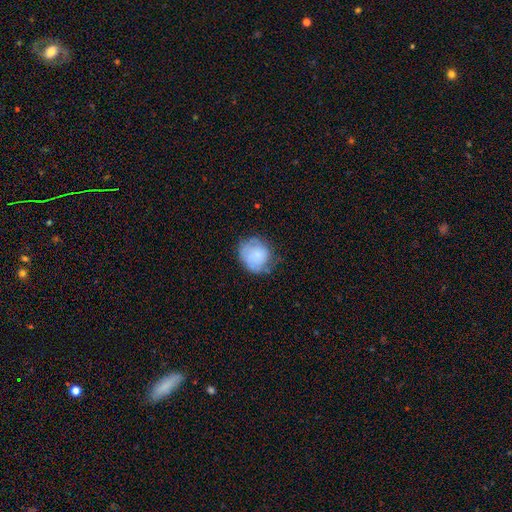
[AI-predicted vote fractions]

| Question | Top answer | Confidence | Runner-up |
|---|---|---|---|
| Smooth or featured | smooth | 68% | featured or disk (24%) |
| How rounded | round | 78% | in between (21%) |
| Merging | none | 56% | minor disturbance (30%) |